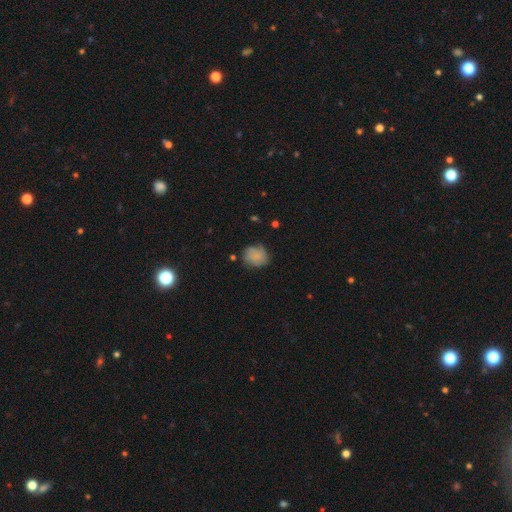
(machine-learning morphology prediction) This is likely a smooth galaxy (71%). How rounded: likely round (66%). Merging: likely none (64%).